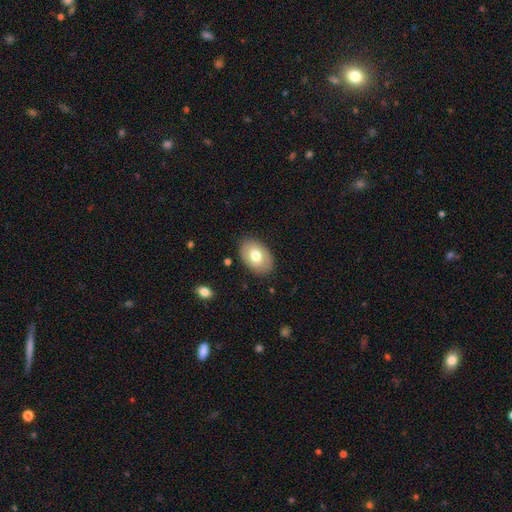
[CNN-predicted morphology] smooth_or_featured: smooth (p=0.68) [alt: featured or disk p=0.26]
how_rounded: in between (p=0.85) [alt: round p=0.14]
merging: none (p=0.84) [alt: minor disturbance p=0.12]